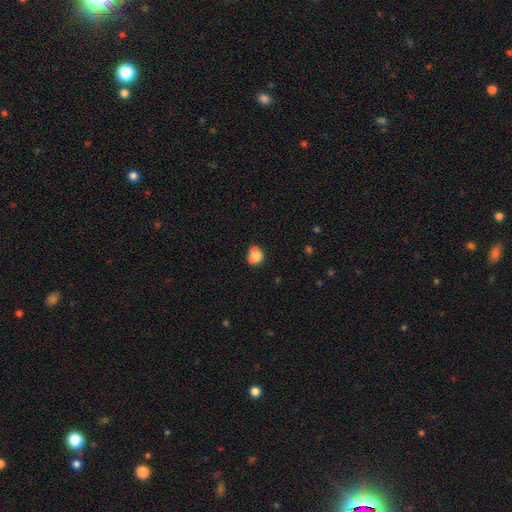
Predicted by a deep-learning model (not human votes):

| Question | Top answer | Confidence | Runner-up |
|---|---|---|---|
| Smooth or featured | smooth | 73% | featured or disk (18%) |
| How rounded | round | 64% | in between (35%) |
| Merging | none | 41% | merger (34%) |